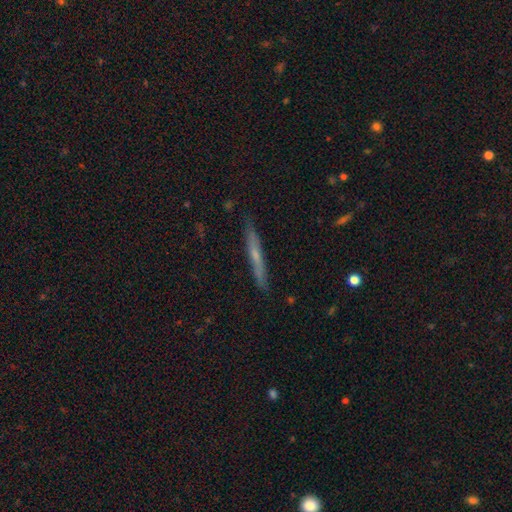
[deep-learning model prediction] A featured or disk galaxy (57%) viewed edge-on (95%) with a rounded central bulge (48%, tied with none).

Vote fractions:
- Smooth or featured? featured or disk: 57% / smooth: 36% / star or artifact: 6%
- Edge-on disk? yes: 95% / no: 5%
- Edge-on bulge? rounded: 48% (tied) / none: 48% (tied) / boxy: 4%
- Merging? none: 88% / minor disturbance: 9% / major disturbance: 2% / merger: 1%